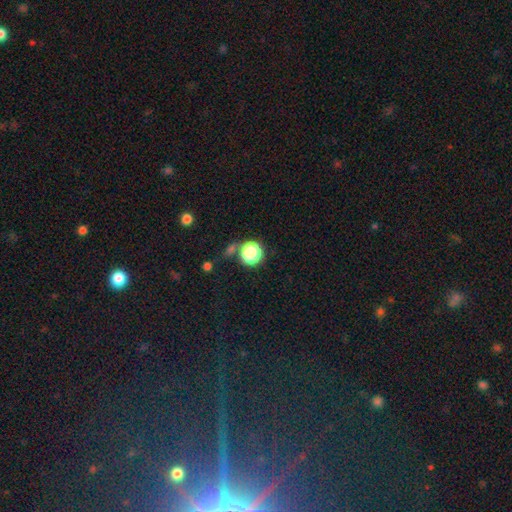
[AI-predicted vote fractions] Smooth or featured?
  - smooth: 56% *
  - star or artifact: 38%
  - featured or disk: 6%
How rounded?
  - round: 90% *
  - in between: 9%
  - cigar-shaped: 2%
Merging?
  - none: 80% *
  - minor disturbance: 9%
  - merger: 7%
  - major disturbance: 4%